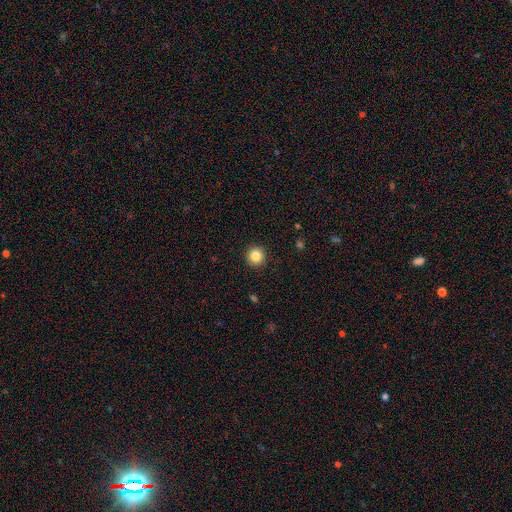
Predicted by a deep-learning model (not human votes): Morphology: type=smooth (84%); roundness=round (95%); merging=none (93%).